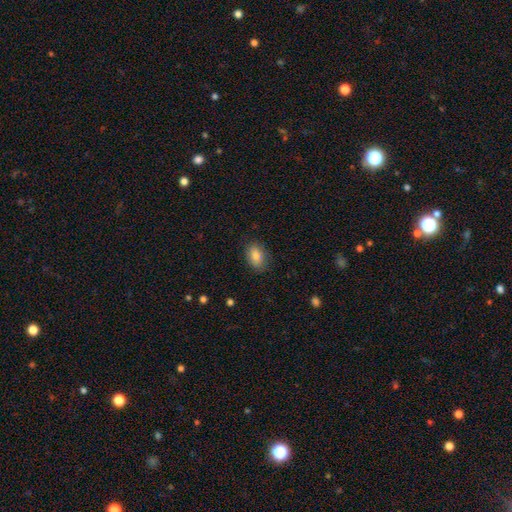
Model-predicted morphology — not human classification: type=smooth (83%); roundness=in between (81%); merging=none (83%).